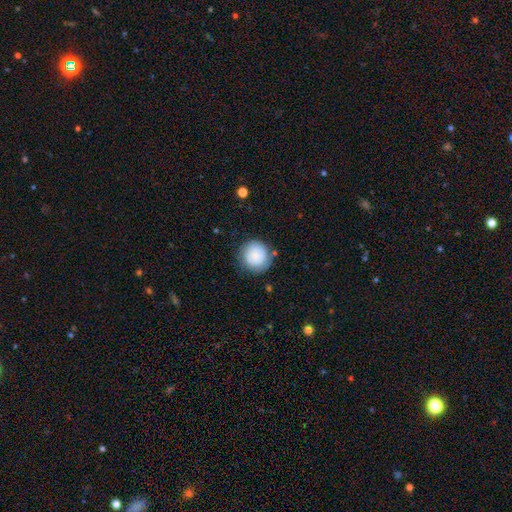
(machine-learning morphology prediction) Overall: smooth (80%). How rounded: round (93%). Merging: none (79%).